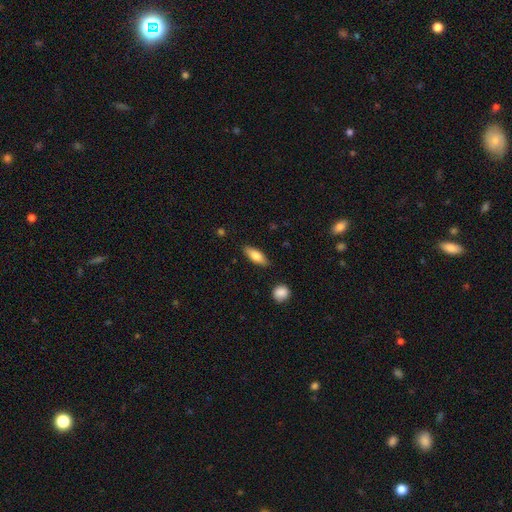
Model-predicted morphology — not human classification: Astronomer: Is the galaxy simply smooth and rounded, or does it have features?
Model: smooth — 76%.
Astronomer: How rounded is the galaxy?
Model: in between — 69%.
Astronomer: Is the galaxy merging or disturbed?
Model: none — 84%.